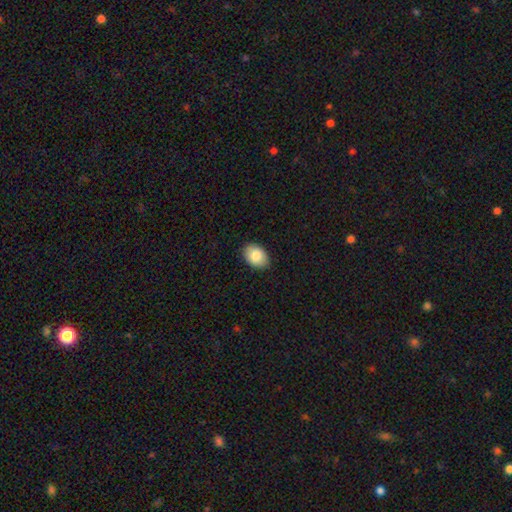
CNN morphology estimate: The model was most divided on "how rounded": in between: 81%, round: 18%, cigar-shaped: 1%. More confident: merging — none (88%); smooth or featured — smooth (87%).